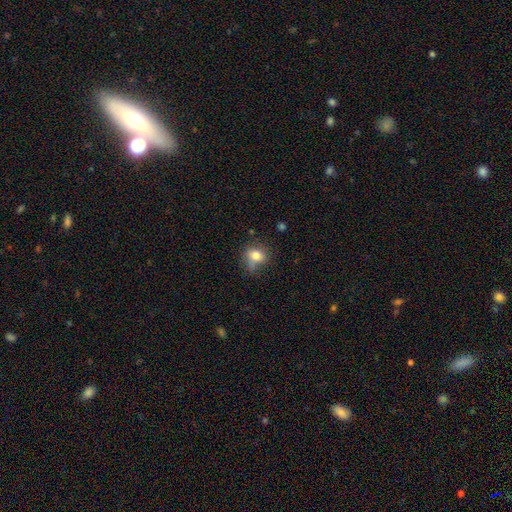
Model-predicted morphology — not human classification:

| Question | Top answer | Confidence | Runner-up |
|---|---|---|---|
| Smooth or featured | smooth | 77% | featured or disk (12%) |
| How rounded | round | 58% | in between (40%) |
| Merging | none | 52% | minor disturbance (30%) |